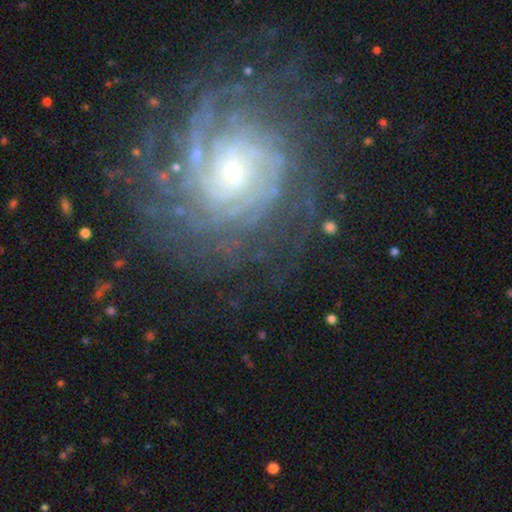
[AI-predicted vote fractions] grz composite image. It shows a featured or disk galaxy (85%) with no bar (65%), tight (76%) spiral arms (97%) and a small central bulge (70%). Merging: none (75%).